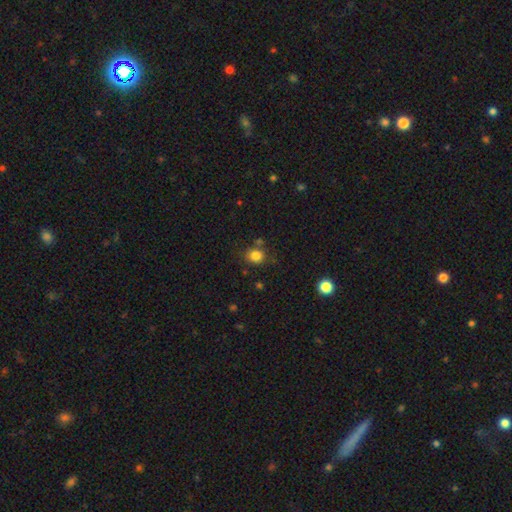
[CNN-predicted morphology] type=smooth (82%); roundness=round (77%); merging=none (75%).